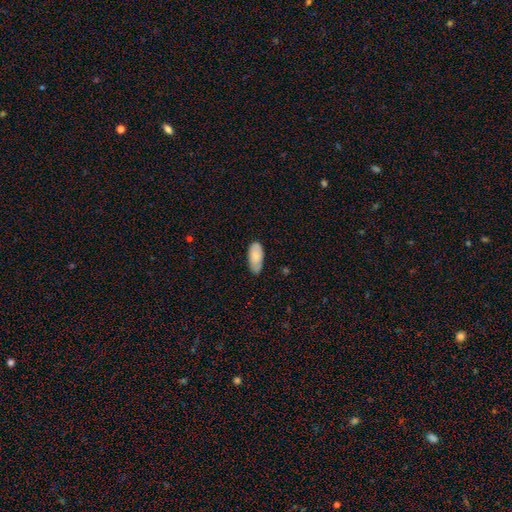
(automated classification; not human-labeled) Q: Smooth or featured?
A: smooth (80%); runner-up: featured or disk (14%)
Q: How rounded?
A: in between (92%); runner-up: cigar-shaped (6%)
Q: Merging?
A: none (66%); runner-up: minor disturbance (28%)